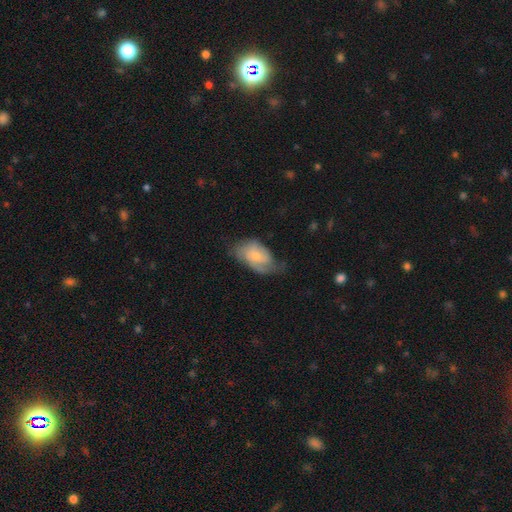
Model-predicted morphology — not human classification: The model was most divided on "smooth or featured": smooth: 49%, featured or disk: 44%, star or artifact: 7%. Remaining: merging — none (41%).